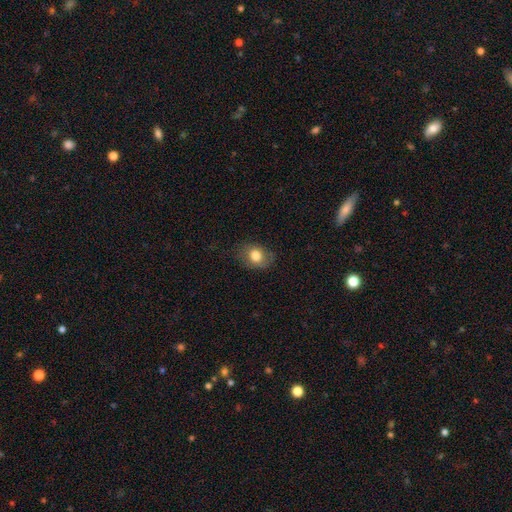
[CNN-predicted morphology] A smooth galaxy with no disk features (79%) that is in between round and cigar-shaped (60%). Merging: none (77%).